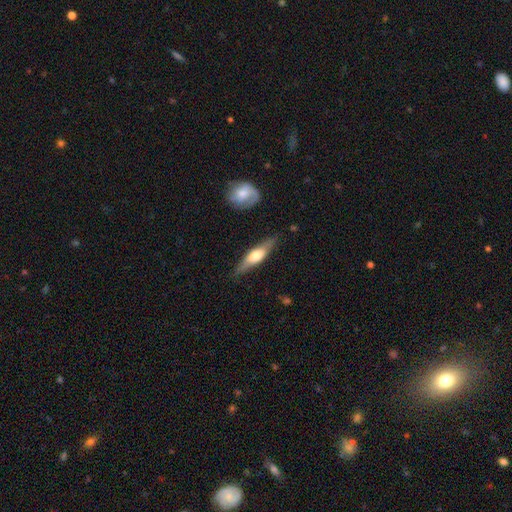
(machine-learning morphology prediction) featured or disk 52%, smooth 43%, star or artifact 5%. Down the decision tree: edge-on disk — yes (88%); merging — none (81%).